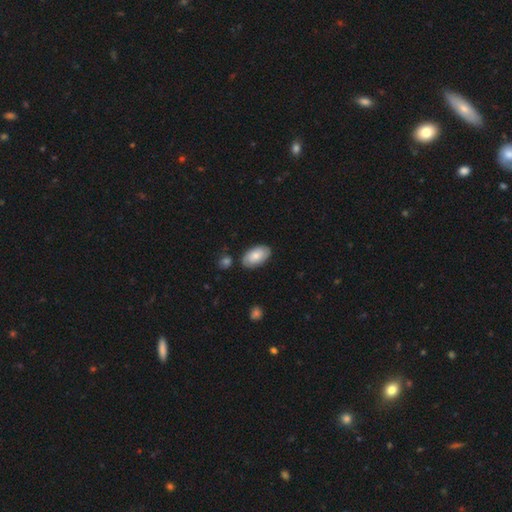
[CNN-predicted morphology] Overall: smooth (66%; featured or disk 28%). How rounded: in between (94%). Merging: none (79%).